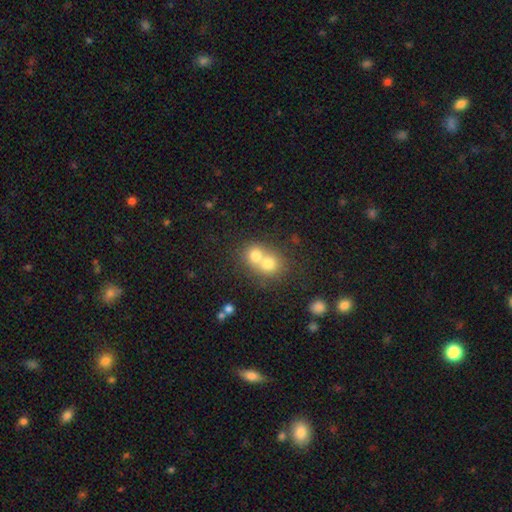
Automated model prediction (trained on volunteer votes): Smooth or featured: smooth — 72% (featured or disk — 17%)
How rounded: round — 75% (in between — 24%)
Merging: merger — 71% (none — 23%)